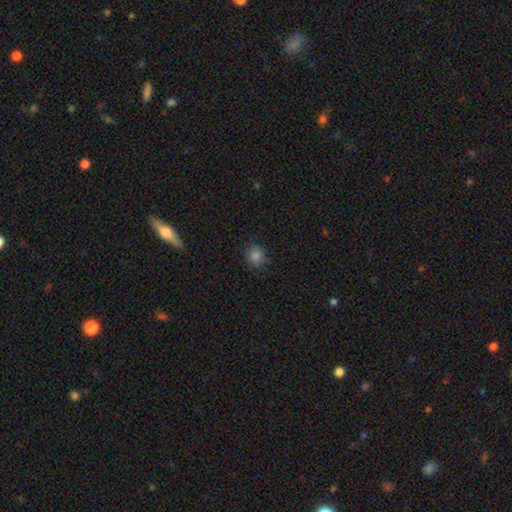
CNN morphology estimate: Smooth or featured: smooth — 83% (star or artifact — 13%)
How rounded: round — 83% (in between — 16%)
Merging: none — 87% (minor disturbance — 9%)